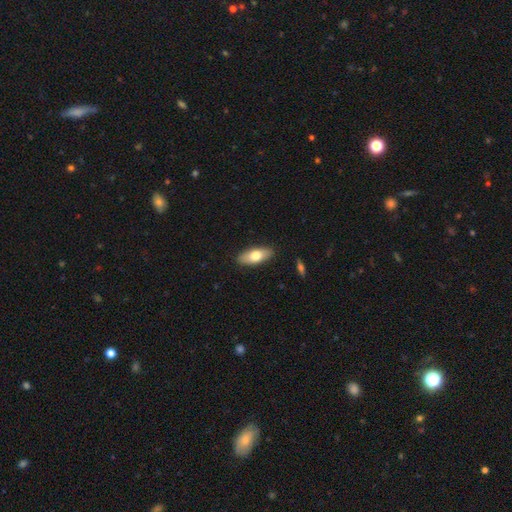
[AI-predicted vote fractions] smooth 71%, featured or disk 24%, star or artifact 6%. Down the decision tree: how rounded — in between (79%); merging — none (89%).